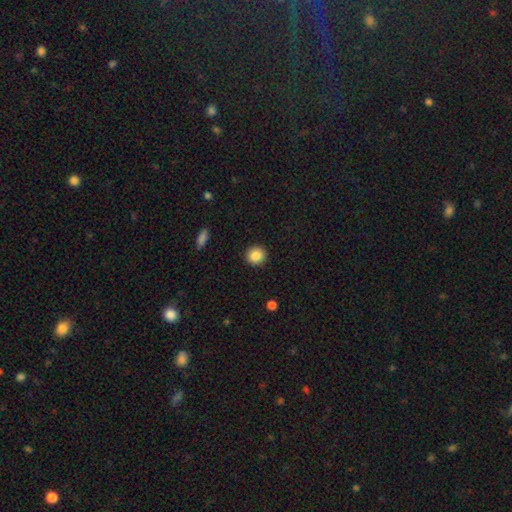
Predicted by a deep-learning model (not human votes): A smooth galaxy with no disk features (87%) that is round (91%). Merging: none (92%).